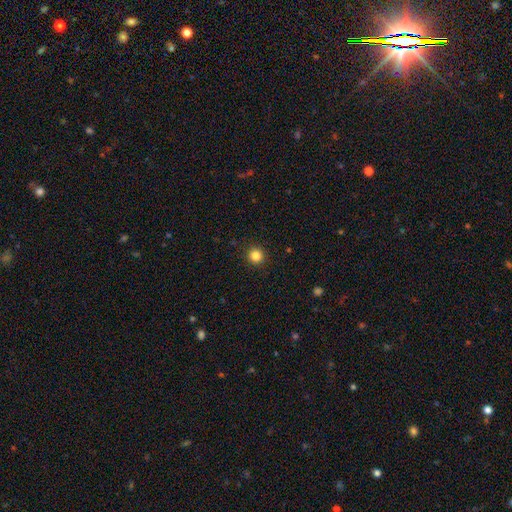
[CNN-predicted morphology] This is clearly a smooth galaxy (84%). How rounded: clearly round (95%). Merging: clearly none (93%).